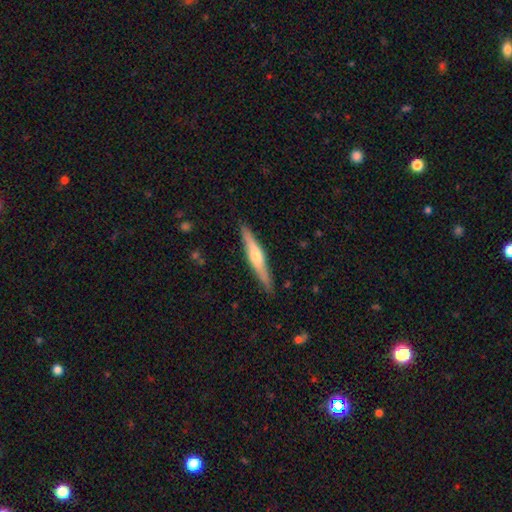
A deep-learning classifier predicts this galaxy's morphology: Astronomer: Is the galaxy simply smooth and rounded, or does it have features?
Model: featured or disk — 57% (runner-up: smooth, 38%).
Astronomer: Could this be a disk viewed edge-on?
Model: yes — 96%.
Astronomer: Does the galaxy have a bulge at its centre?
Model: rounded — 82%.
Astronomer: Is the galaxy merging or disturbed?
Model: none — 88%.